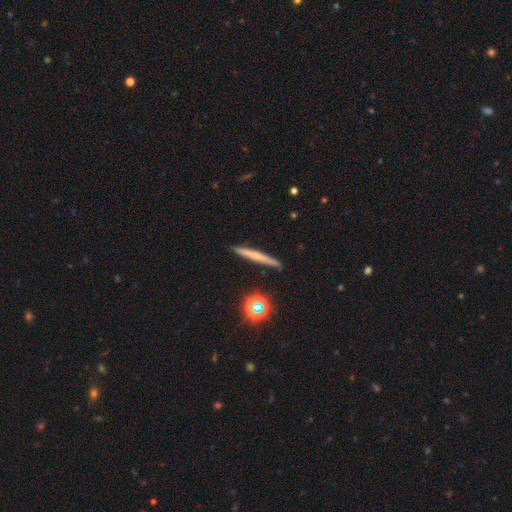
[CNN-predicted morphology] Smooth or featured? Predicted: smooth (p=0.47). Merging? Predicted: none (p=0.90).